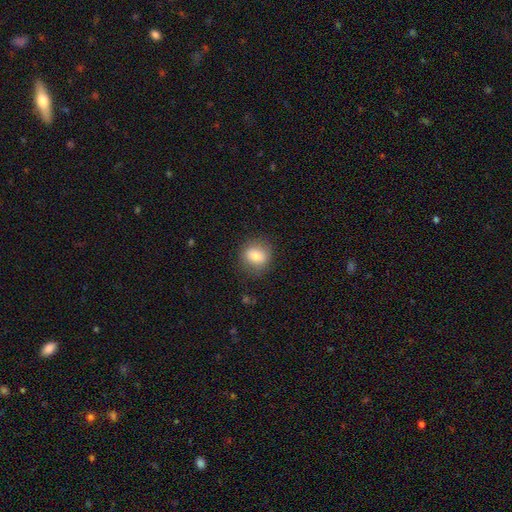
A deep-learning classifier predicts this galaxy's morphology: The model was most divided on "how rounded": round: 71%, in between: 28%, cigar-shaped: 1%. More confident: merging — none (82%); smooth or featured — smooth (78%).